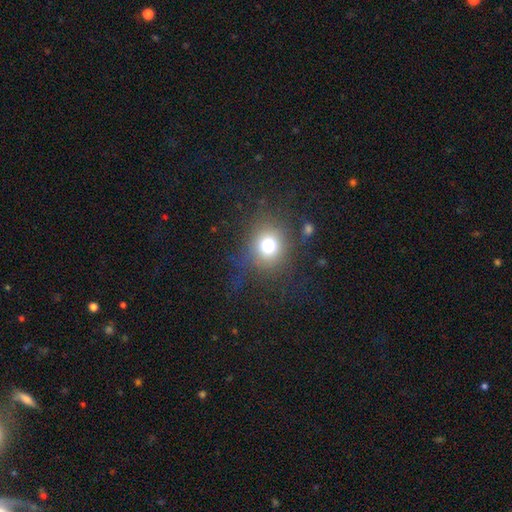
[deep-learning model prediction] Morphology: type=smooth (65%); roundness=round (83%); merging=none (79%).